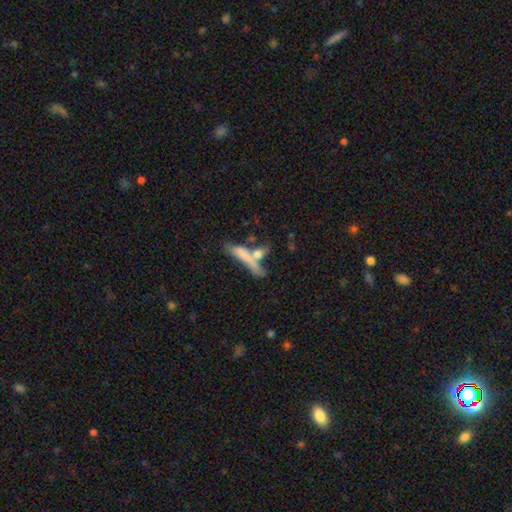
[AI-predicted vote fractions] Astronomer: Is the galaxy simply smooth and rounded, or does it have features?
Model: smooth — 62%.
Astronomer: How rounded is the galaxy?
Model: cigar-shaped — 79%.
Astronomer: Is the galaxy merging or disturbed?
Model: none — 40% (runner-up: merger, 36%).